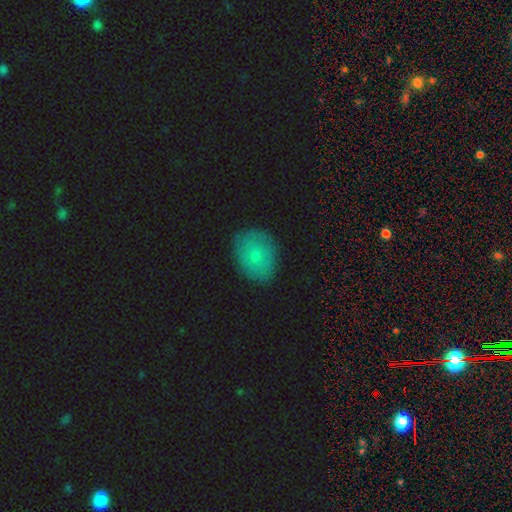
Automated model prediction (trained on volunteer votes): Smooth or featured? Predicted: smooth (p=0.72). How rounded? Predicted: in between (p=0.61). Merging? Predicted: none (p=0.81).